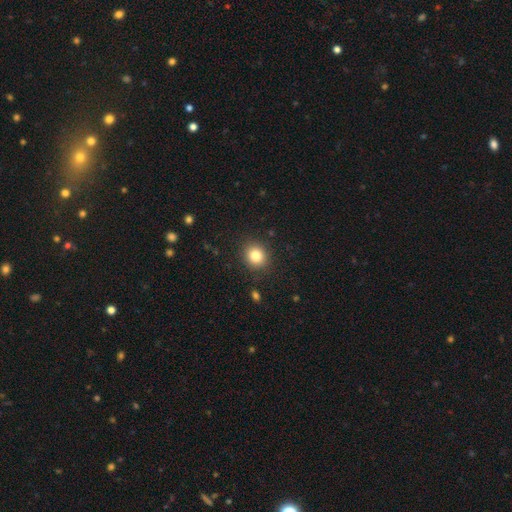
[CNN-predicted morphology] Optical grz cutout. It shows a smooth galaxy with no disk features (83%) that is round (79%). Merging: none (89%).